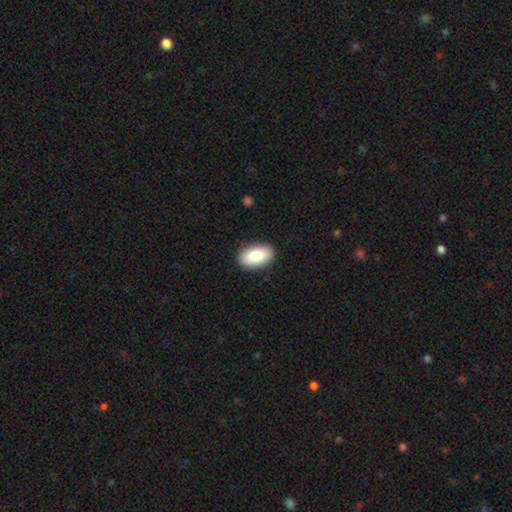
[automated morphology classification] Smooth or featured? Predicted: smooth (p=0.87). How rounded? Predicted: in between (p=0.94). Merging? Predicted: none (p=0.89).